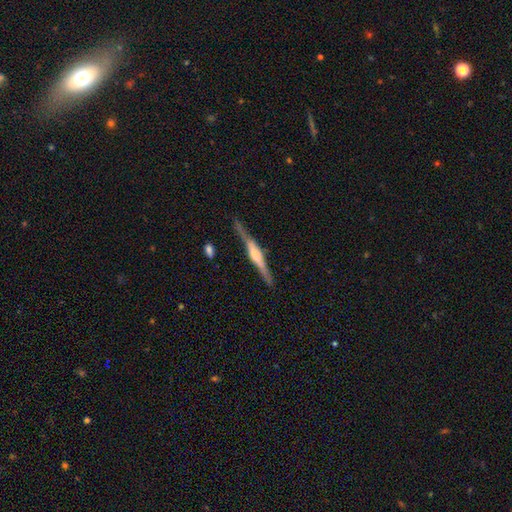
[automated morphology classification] type=featured or disk (73%); edge-on=yes (97%); edge-on bulge=rounded (62%); merging=none (81%).